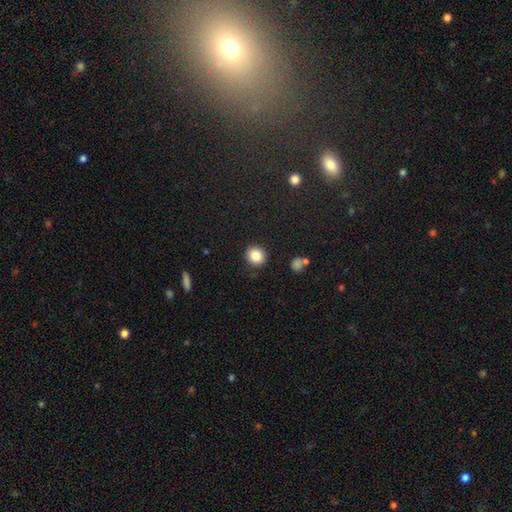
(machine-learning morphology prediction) Smooth or featured? Predicted: smooth (p=0.85). How rounded? Predicted: round (p=0.89). Merging? Predicted: none (p=0.89).